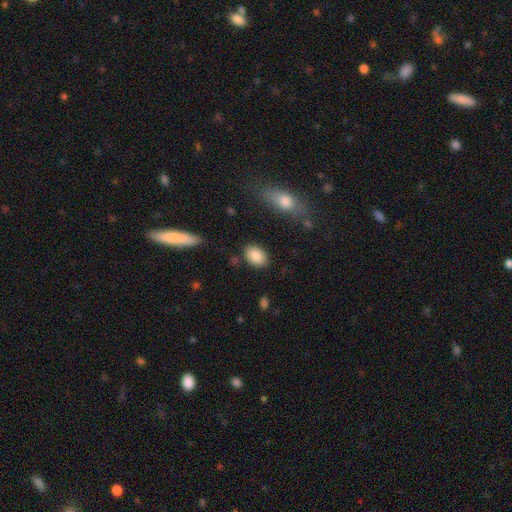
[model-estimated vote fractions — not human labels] Q: Smooth or featured?
A: smooth (87%); runner-up: star or artifact (7%)
Q: How rounded?
A: in between (82%); runner-up: round (16%)
Q: Merging?
A: none (83%); runner-up: minor disturbance (11%)